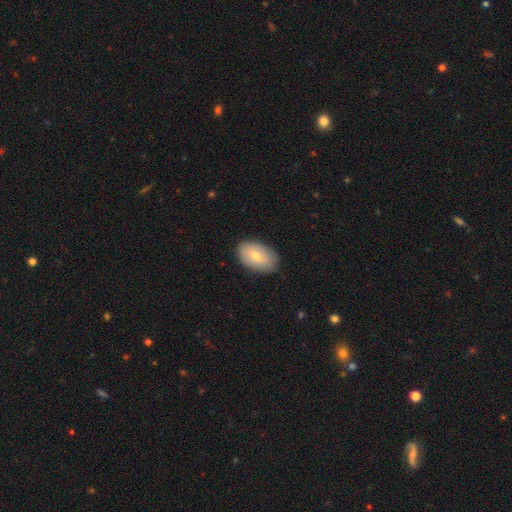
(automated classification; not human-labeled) A smooth galaxy with no disk features (72%) that is in between round and cigar-shaped (93%).

Vote fractions:
- Smooth or featured? smooth: 72% / featured or disk: 21% / star or artifact: 7%
- How rounded? in between: 93% / round: 6% / cigar-shaped: 1%
- Merging? none: 86% / minor disturbance: 11% / major disturbance: 2% / merger: 1%